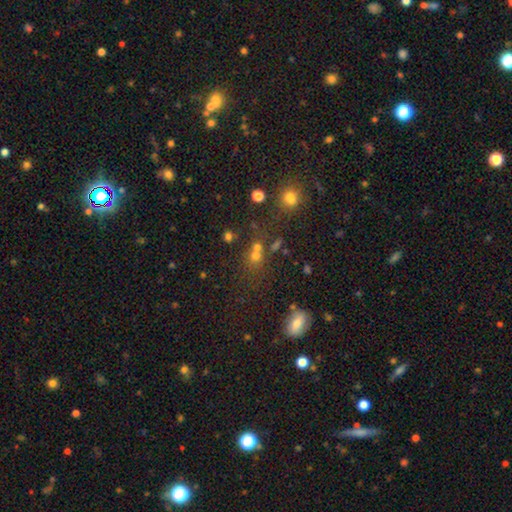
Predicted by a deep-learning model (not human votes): Smooth or featured: smooth — 60% (star or artifact — 28%)
How rounded: round — 76% (in between — 23%)
Merging: none — 52% (merger — 33%)